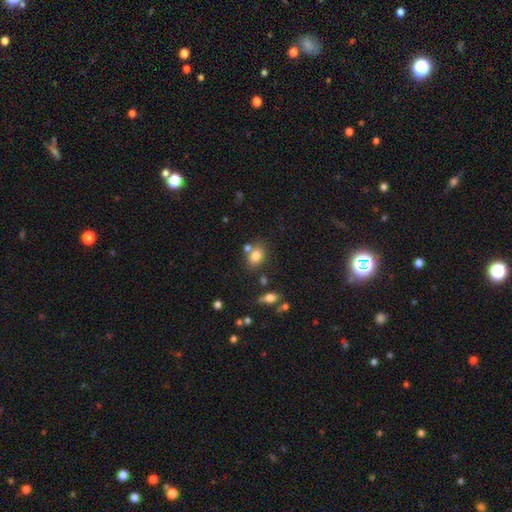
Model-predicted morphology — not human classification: This appears to be a smooth galaxy with no disk features (80%) that is in between round and cigar-shaped (74%). Merging: none (64%).